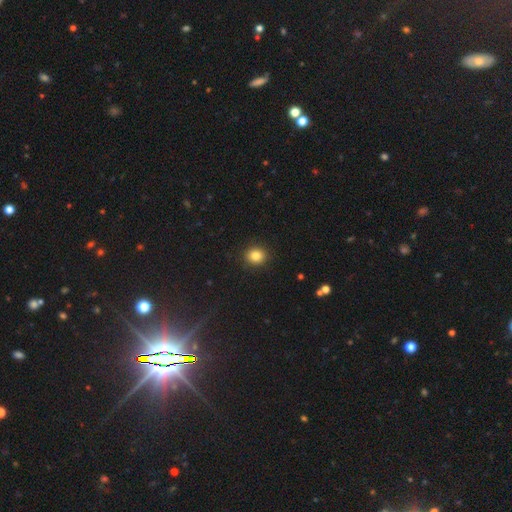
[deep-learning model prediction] Overall: smooth (84%). How rounded: round (82%). Merging: none (91%).